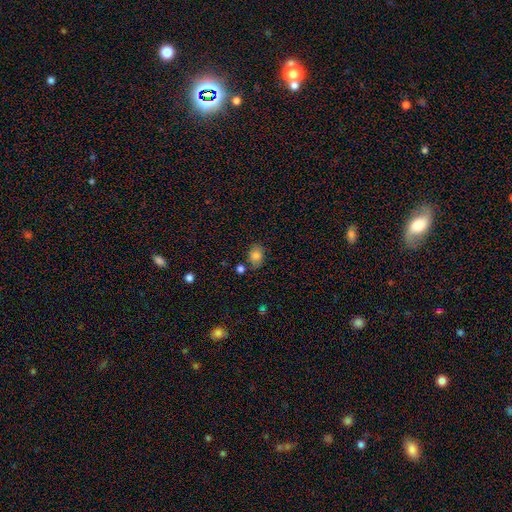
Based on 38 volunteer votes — This appears to be a smooth galaxy with no disk features (95%) that is in between round and cigar-shaped (78%). Merging: none (83%).